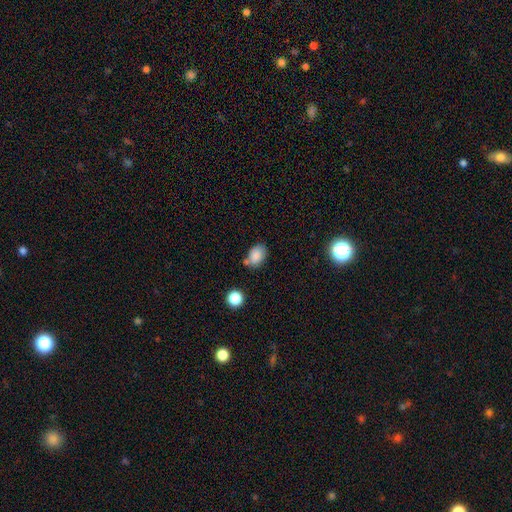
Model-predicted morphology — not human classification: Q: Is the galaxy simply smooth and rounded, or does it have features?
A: smooth — 84%.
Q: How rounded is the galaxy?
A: in between — 76%.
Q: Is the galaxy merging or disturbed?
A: none — 60%.